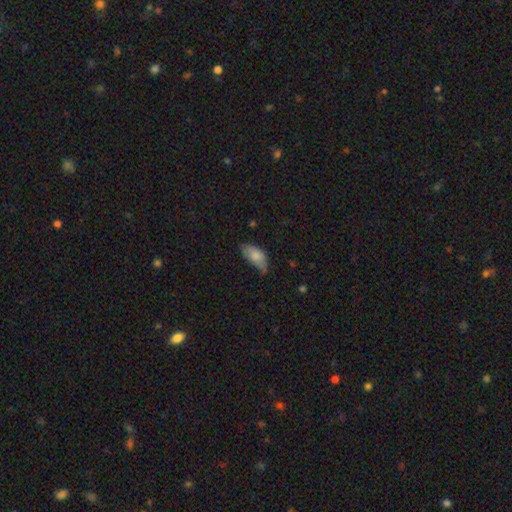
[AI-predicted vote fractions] Smooth or featured?
  - smooth: 81% *
  - featured or disk: 12%
  - star or artifact: 7%
How rounded?
  - in between: 91% *
  - cigar-shaped: 6%
  - round: 3%
Merging?
  - none: 46% *
  - minor disturbance: 41%
  - major disturbance: 10%
  - merger: 3%